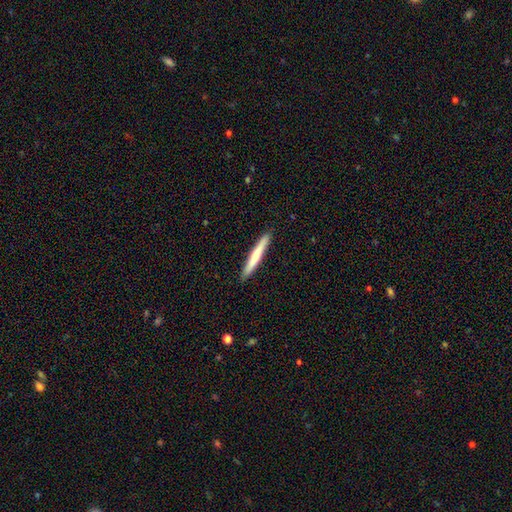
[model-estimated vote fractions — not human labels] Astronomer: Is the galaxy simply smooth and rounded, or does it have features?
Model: smooth — 62%.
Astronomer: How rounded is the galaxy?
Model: cigar-shaped — 96%.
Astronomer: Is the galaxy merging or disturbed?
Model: none — 91%.